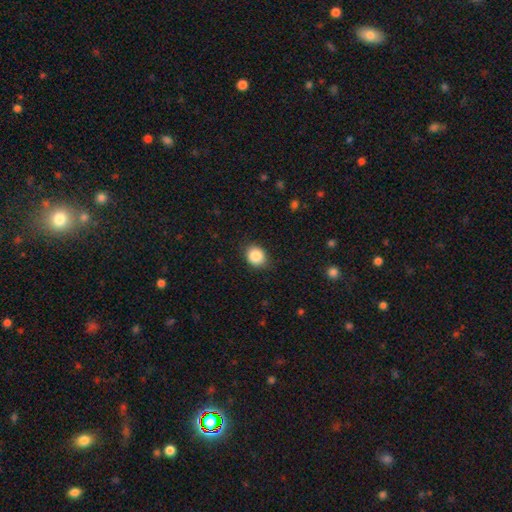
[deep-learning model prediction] Smooth or featured?
  - smooth: 87% *
  - star or artifact: 9%
  - featured or disk: 4%
How rounded?
  - round: 68% *
  - in between: 31%
  - cigar-shaped: 1%
Merging?
  - none: 85% *
  - minor disturbance: 11%
  - major disturbance: 3%
  - merger: 1%